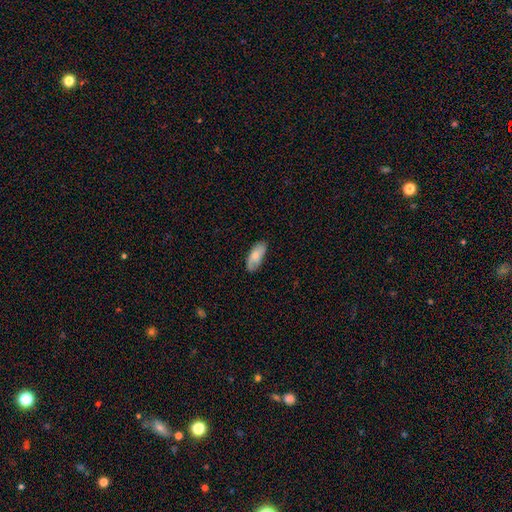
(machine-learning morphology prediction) Overall: smooth (68%). How rounded: in between (86%). Merging: none (74%).